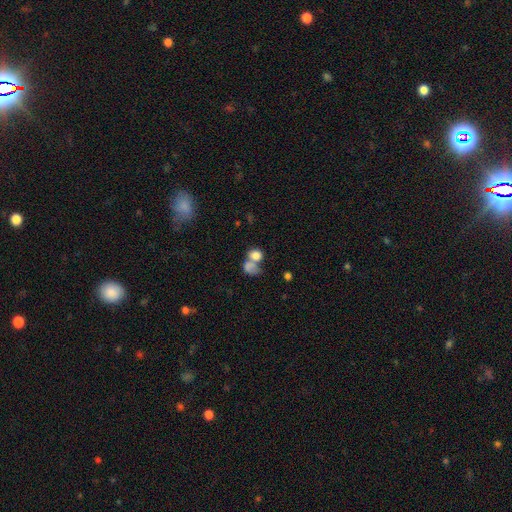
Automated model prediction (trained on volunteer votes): Smooth or featured? smooth (75%)
How rounded? round (57%)
Merging? merger (56%)